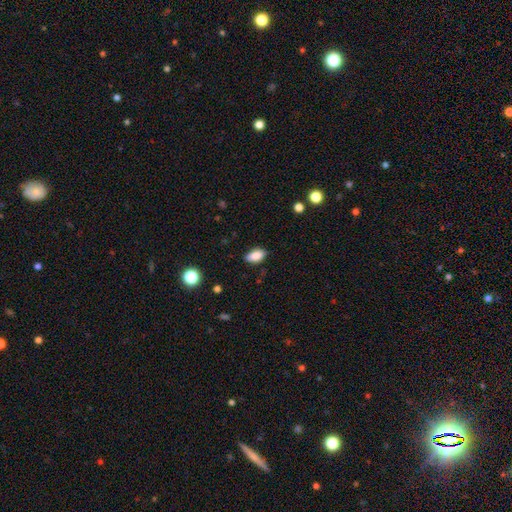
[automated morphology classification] Smooth or featured?
  - smooth: 87% *
  - star or artifact: 8%
  - featured or disk: 5%
How rounded?
  - in between: 90% *
  - round: 6%
  - cigar-shaped: 4%
Merging?
  - none: 81% *
  - minor disturbance: 15%
  - major disturbance: 3%
  - merger: 1%